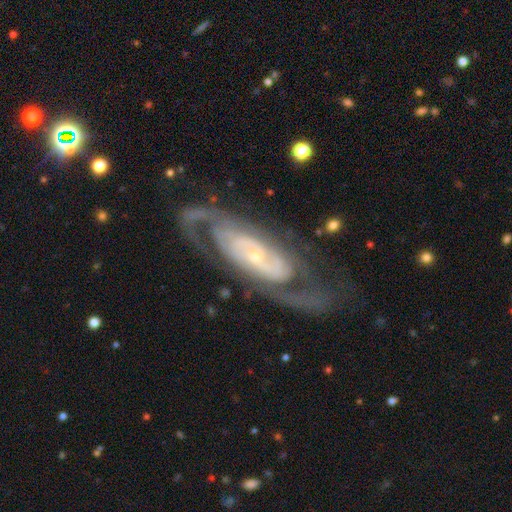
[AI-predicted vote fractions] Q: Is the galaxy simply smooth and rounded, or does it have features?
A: featured or disk — 87%.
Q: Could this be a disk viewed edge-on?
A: no — 90%.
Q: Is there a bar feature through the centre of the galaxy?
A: no — 61%.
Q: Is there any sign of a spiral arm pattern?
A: yes — 93%.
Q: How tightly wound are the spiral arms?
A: tight — 54%.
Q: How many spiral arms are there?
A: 2 — 59%.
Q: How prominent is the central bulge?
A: small — 78%.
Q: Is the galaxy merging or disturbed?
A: none — 68%.